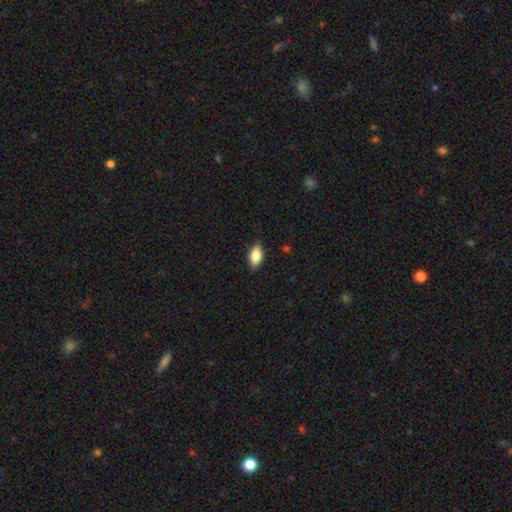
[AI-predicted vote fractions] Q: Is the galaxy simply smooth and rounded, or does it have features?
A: smooth — 80%.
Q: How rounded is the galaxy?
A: in between — 88%.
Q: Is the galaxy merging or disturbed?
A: none — 84%.